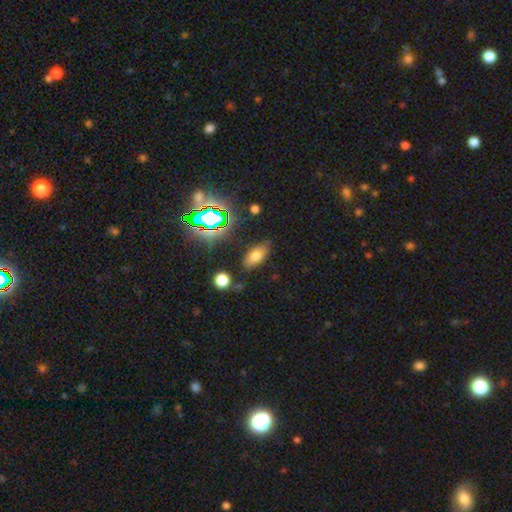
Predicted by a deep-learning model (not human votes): Morphology: type=smooth (66%); roundness=in between (88%); merging=none (78%).